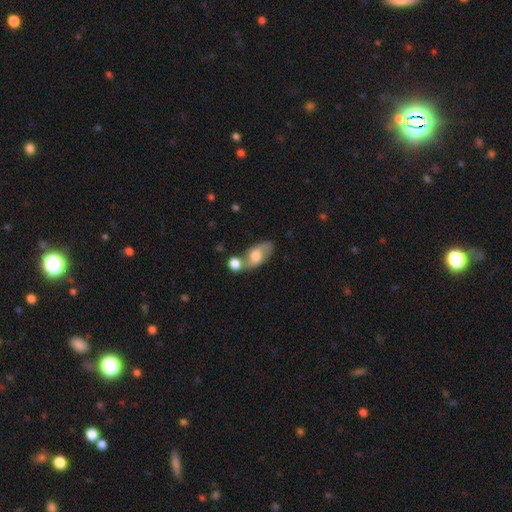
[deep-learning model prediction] smooth-or-featured: smooth: 46% (tied) | featured or disk: 46% (tied) | star or artifact: 8%
  merging: none: 40% | merger: 36% | minor disturbance: 16% | major disturbance: 8%